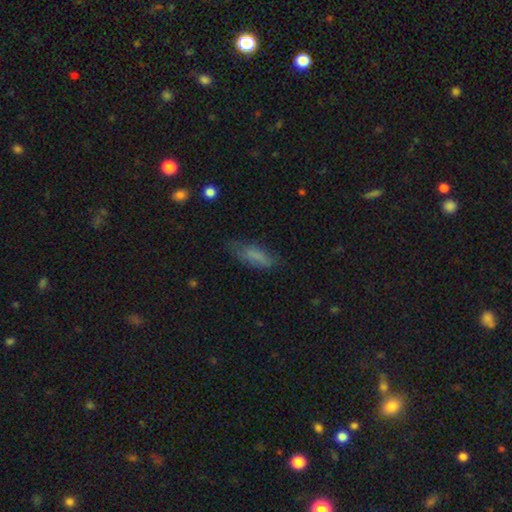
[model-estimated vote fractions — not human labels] A smooth galaxy with no disk features (74%) that is in between round and cigar-shaped (61%). Merging: none (58%).